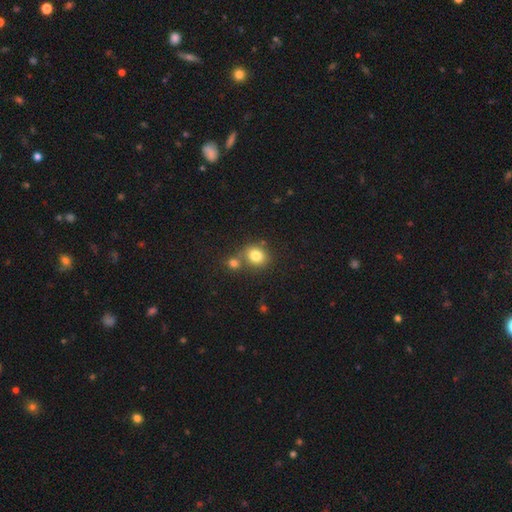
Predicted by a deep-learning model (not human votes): Smooth or featured? Predicted: smooth (p=0.80). How rounded? Predicted: round (p=0.74). Merging? Predicted: none (p=0.57).